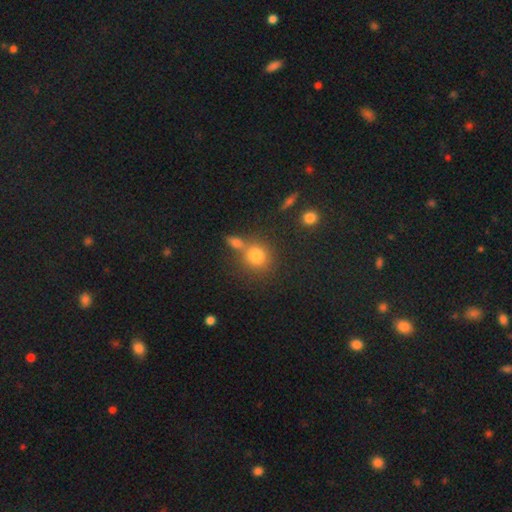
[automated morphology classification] smooth-or-featured: smooth: 78% | star or artifact: 13% | featured or disk: 10%
  how-rounded: round: 83% | in between: 15% | cigar-shaped: 1%
  merging: none: 56% | merger: 29% | minor disturbance: 10% | major disturbance: 4%